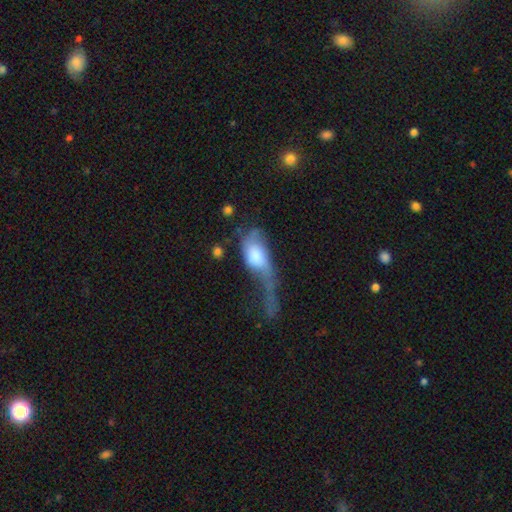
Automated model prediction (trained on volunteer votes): Morphology: type=smooth (59%); roundness=in between (85%); merging=major disturbance (62%).